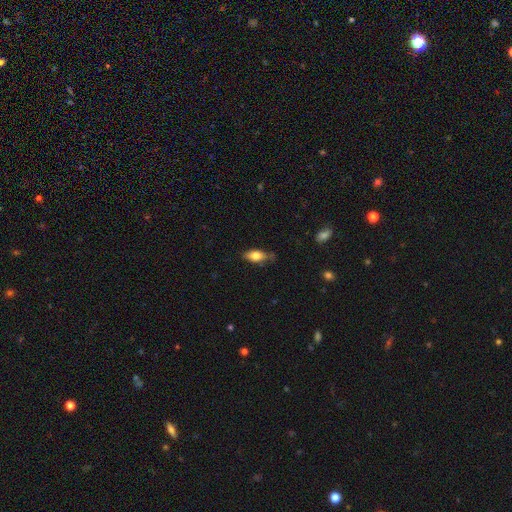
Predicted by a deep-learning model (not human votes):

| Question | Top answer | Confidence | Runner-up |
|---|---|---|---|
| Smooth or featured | smooth | 78% | featured or disk (15%) |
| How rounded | in between | 85% | cigar-shaped (11%) |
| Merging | none | 66% | minor disturbance (26%) |